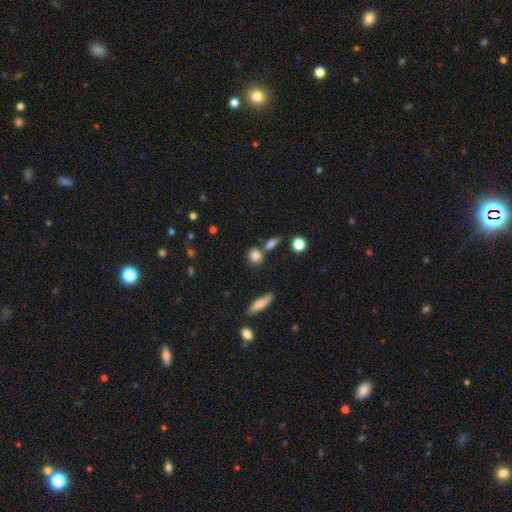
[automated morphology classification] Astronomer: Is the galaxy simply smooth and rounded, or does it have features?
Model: smooth — 81%.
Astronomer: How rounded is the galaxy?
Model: round — 69%.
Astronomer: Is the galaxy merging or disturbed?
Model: none — 68%.